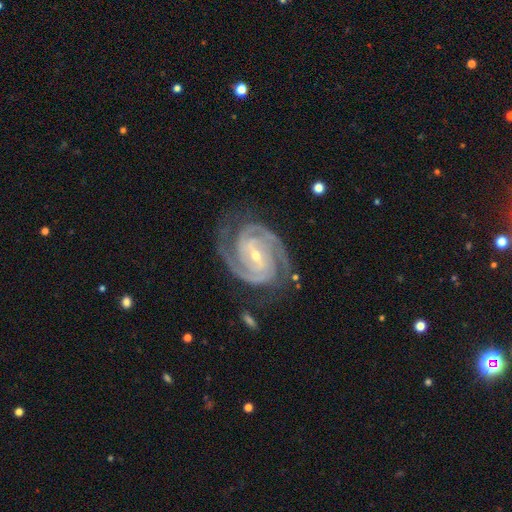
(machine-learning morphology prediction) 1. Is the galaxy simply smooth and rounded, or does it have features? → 94% featured or disk, 4% star or artifact, 2% smooth.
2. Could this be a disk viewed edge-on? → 98% no, 2% yes.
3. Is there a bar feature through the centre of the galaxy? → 41% weak, 38% strong, 22% no.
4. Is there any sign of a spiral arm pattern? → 99% yes, 1% no.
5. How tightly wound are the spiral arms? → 72% tight, 26% medium, 3% loose.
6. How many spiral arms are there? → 77% 2, 12% 3, 4% can't tell, 3% 4, 2% more than 4, 2% 1.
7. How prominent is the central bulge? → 66% small, 31% moderate, 1% large, 1% none, 1% dominant.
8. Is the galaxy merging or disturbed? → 79% none, 15% minor disturbance, 5% major disturbance, 2% merger.